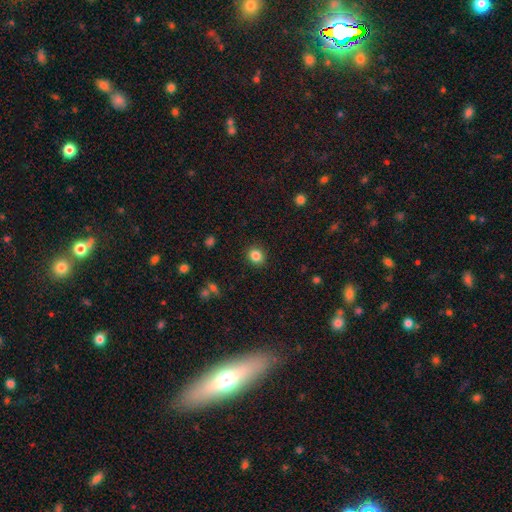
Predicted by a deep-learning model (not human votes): Smooth or featured? smooth (85%)
How rounded? round (74%)
Merging? none (90%)